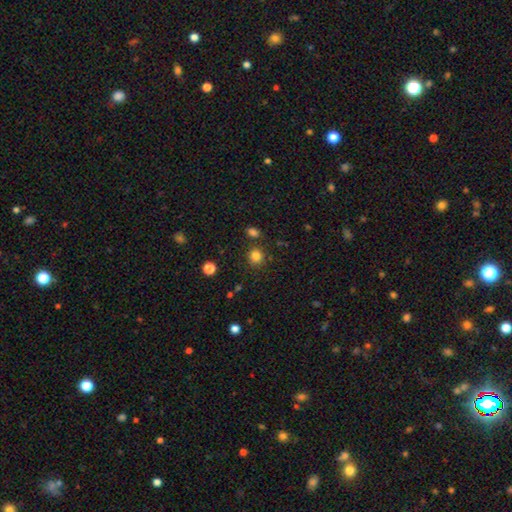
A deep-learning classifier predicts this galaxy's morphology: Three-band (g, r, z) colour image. It shows a smooth galaxy with no disk features (82%) that is round (87%). Merging: none (82%).